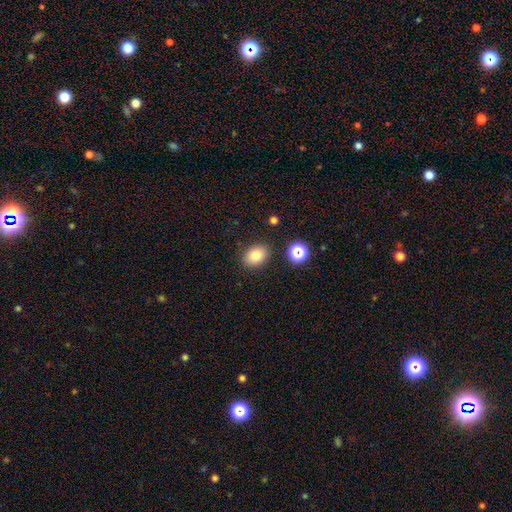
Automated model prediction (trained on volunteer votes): Q: Smooth or featured?
A: smooth (82%); runner-up: star or artifact (11%)
Q: How rounded?
A: in between (64%); runner-up: round (35%)
Q: Merging?
A: none (86%); runner-up: minor disturbance (9%)